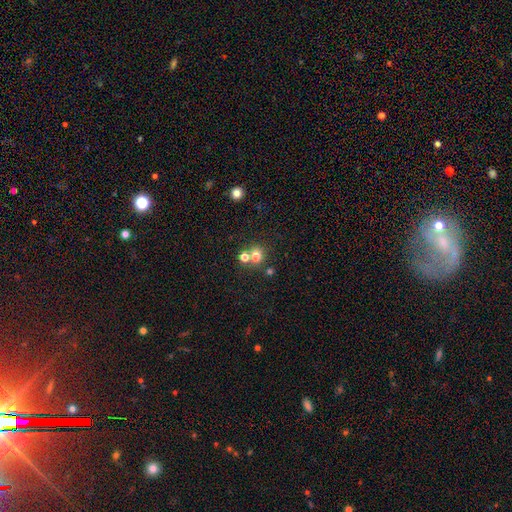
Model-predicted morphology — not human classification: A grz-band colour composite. It shows a smooth galaxy with no disk features (73%) that is round (70%). Merging: none (52%).